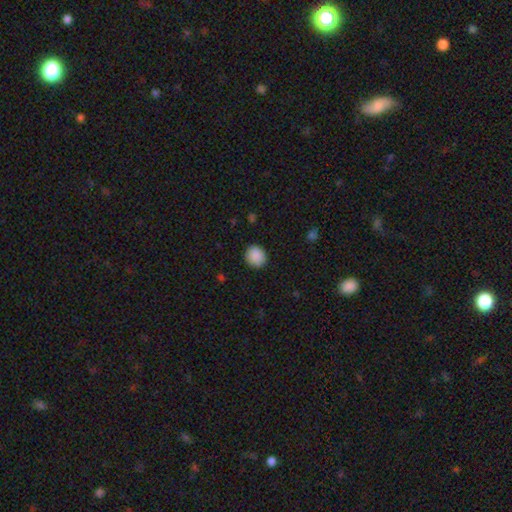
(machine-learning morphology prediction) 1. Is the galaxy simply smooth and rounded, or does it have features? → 90% smooth, 8% star or artifact, 3% featured or disk.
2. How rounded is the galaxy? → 83% round, 16% in between, 1% cigar-shaped.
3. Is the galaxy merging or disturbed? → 90% none, 7% minor disturbance, 2% major disturbance, 1% merger.